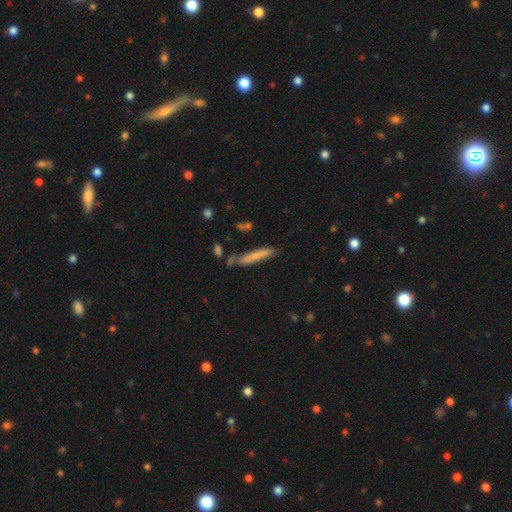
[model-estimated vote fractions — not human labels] A smooth galaxy with no disk features (72%) that is cigar-shaped (93%). Merging: none (72%).